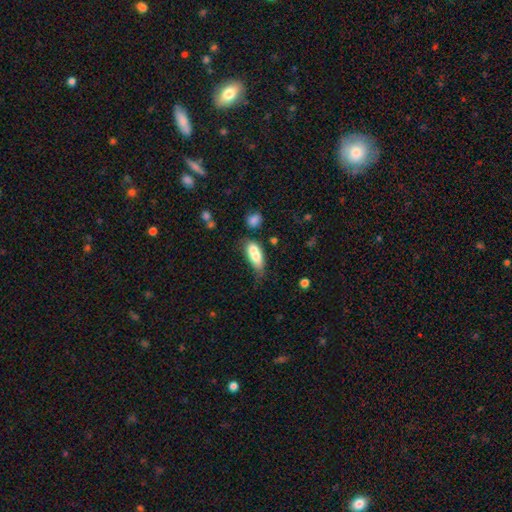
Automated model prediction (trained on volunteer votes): Smooth or featured? Predicted: smooth (p=0.75). How rounded? Predicted: in between (p=0.75). Merging? Predicted: none (p=0.33).